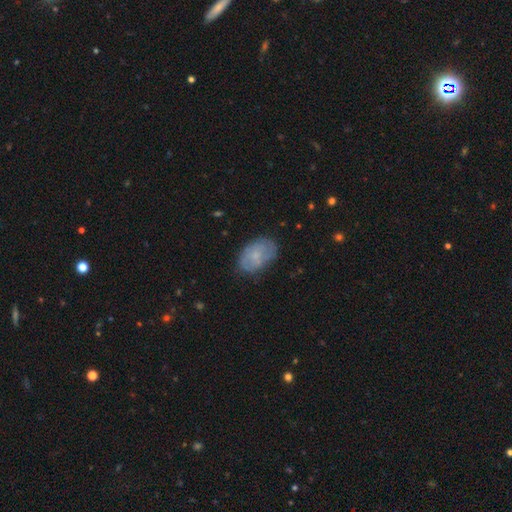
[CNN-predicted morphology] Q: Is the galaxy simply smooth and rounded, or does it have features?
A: smooth — 58%.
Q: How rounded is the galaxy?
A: in between — 89%.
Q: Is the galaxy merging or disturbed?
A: none — 74%.